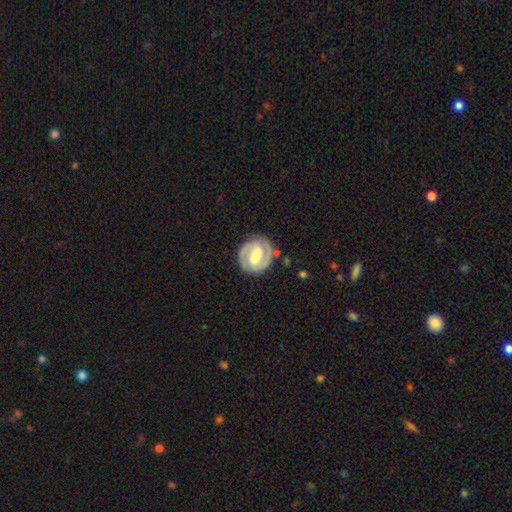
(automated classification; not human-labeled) This is clearly a featured or disk galaxy (81%). It is clearly not viewed edge-on (98%). Bar: possibly strong (51%). Spiral arm pattern: clearly yes (92%). Spiral arm count: clearly 2 (89%). Spiral winding: possibly tight (56%). Central bulge: possibly moderate (47%). Merging: clearly none (83%).